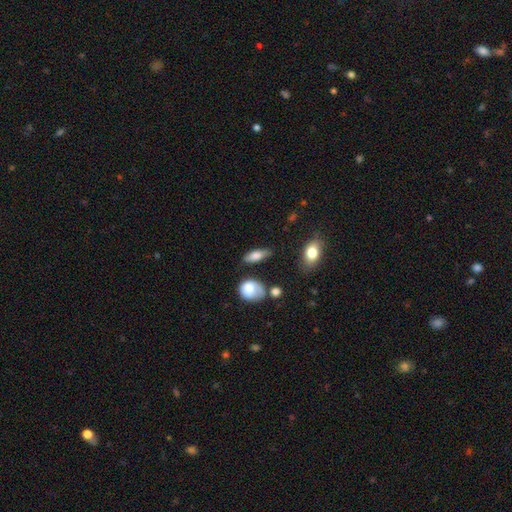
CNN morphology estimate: smooth_or_featured: smooth (p=0.72) [alt: featured or disk p=0.20]
how_rounded: in between (p=0.66) [alt: cigar-shaped p=0.27]
merging: none (p=0.67) [alt: minor disturbance p=0.21]